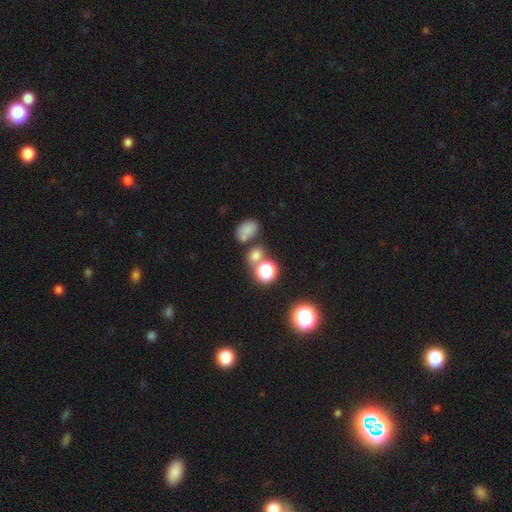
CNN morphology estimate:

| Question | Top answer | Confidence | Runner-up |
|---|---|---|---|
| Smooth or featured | smooth | 66% | star or artifact (25%) |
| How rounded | round | 62% | in between (36%) |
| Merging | none | 55% | merger (30%) |